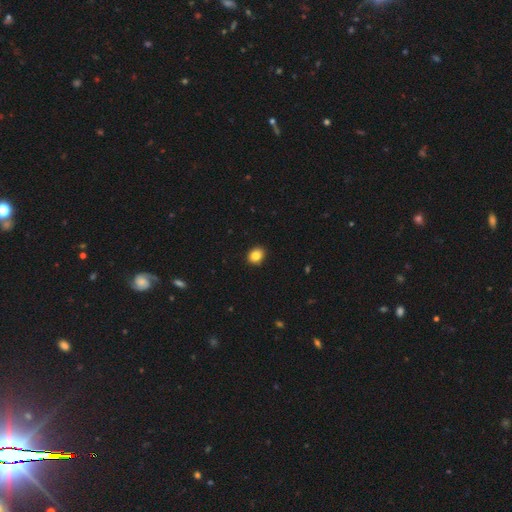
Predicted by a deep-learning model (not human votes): smooth_or_featured: smooth (p=0.86) [alt: star or artifact p=0.10]
how_rounded: round (p=0.53) [alt: in between p=0.46]
merging: none (p=0.91) [alt: minor disturbance p=0.06]